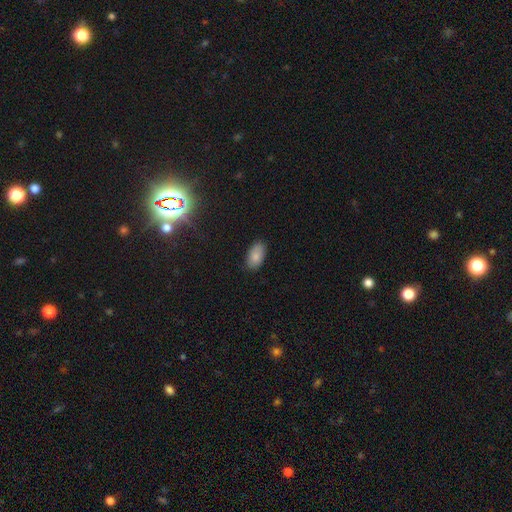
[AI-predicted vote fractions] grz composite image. It shows a smooth galaxy with no disk features (85%) that is in between round and cigar-shaped (94%). Merging: none (85%).